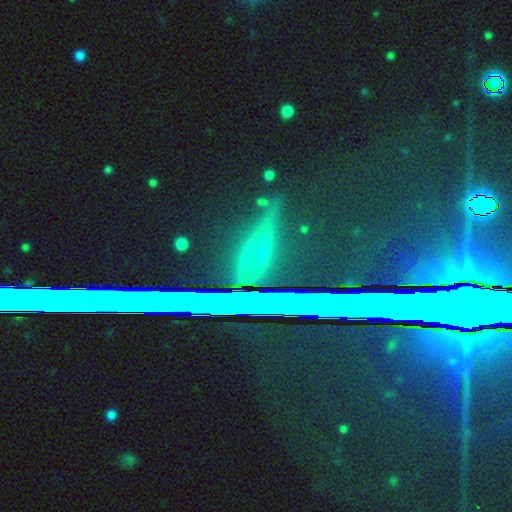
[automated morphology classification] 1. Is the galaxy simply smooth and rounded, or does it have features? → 73% star or artifact, 14% smooth, 13% featured or disk.